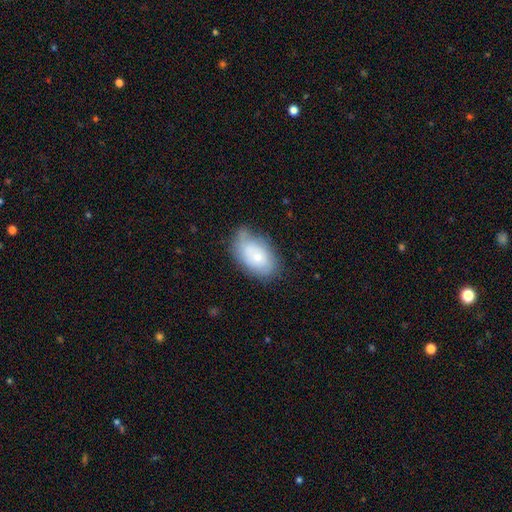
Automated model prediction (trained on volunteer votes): smooth-or-featured: smooth: 61% | featured or disk: 30% | star or artifact: 9%
  how-rounded: in between: 91% | round: 8% | cigar-shaped: 2%
  merging: none: 58% | minor disturbance: 30% | major disturbance: 8% | merger: 3%